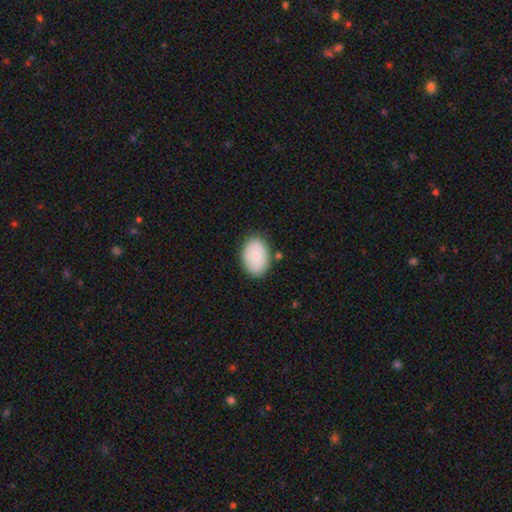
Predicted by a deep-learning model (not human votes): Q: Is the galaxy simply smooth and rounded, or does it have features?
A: smooth — 74%.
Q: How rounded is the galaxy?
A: in between — 80%.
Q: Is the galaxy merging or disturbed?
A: none — 82%.